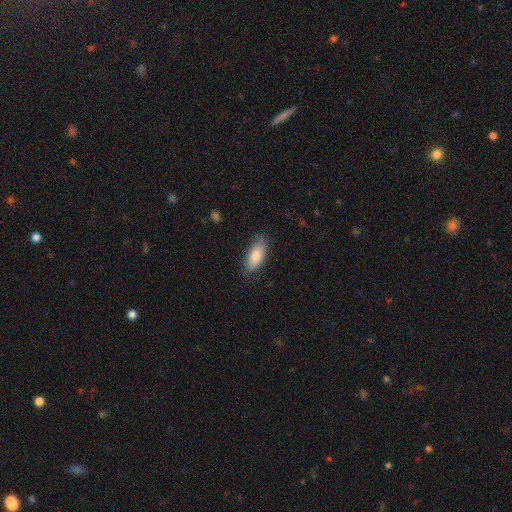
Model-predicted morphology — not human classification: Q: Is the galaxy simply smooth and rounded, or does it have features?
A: smooth — 80%.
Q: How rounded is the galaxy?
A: in between — 80%.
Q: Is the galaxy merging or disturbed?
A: none — 79%.